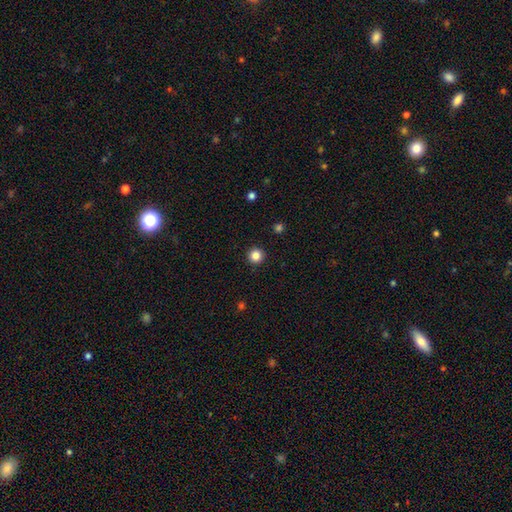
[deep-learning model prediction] Smooth or featured: smooth — 85% (star or artifact — 11%)
How rounded: round — 96% (in between — 3%)
Merging: none — 93% (minor disturbance — 4%)